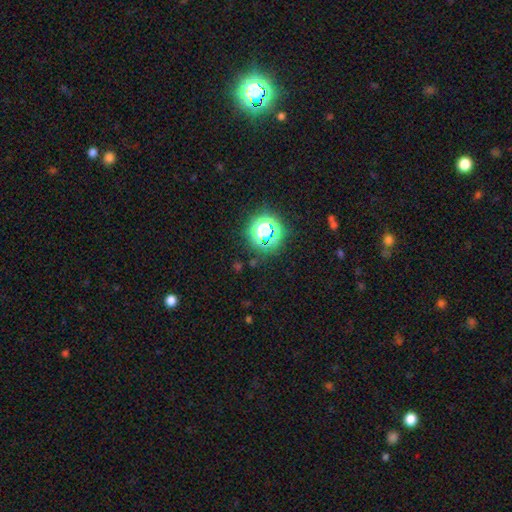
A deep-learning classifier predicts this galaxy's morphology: Smooth or featured? star or artifact (77%)